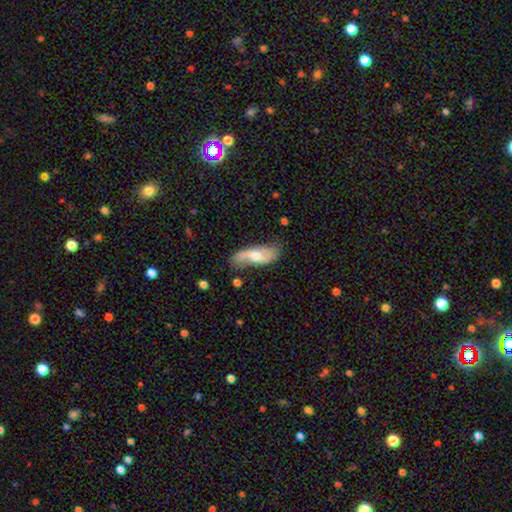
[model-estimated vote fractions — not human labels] This is possibly a featured or disk galaxy (59%). It is clearly not viewed edge-on (87%). Bar: possibly no (56%). Spiral arm pattern: clearly yes (85%). Central bulge: likely moderate (65%). Merging: likely none (64%).